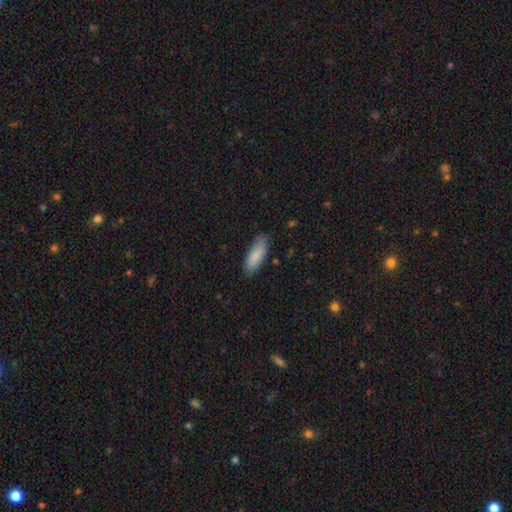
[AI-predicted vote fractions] This is clearly a smooth galaxy (85%). How rounded: likely in between (68%). Merging: likely none (79%).